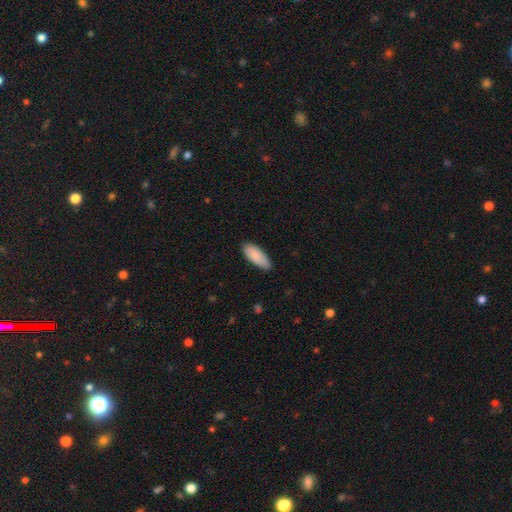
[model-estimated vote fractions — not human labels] This is clearly a smooth galaxy (88%). How rounded: likely in between (78%). Merging: clearly none (85%).